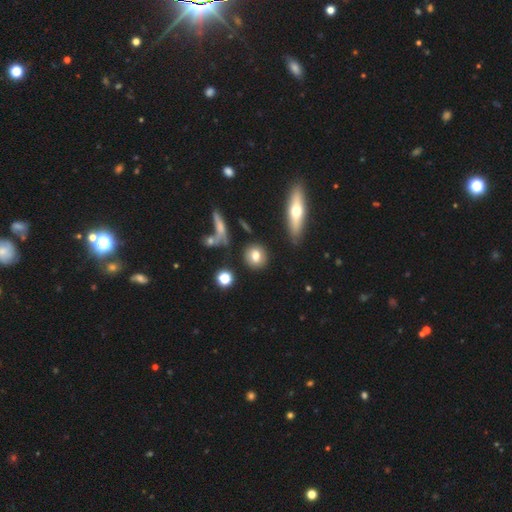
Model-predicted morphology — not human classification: This is likely a smooth galaxy (74%). How rounded: clearly round (81%). Merging: clearly none (83%).